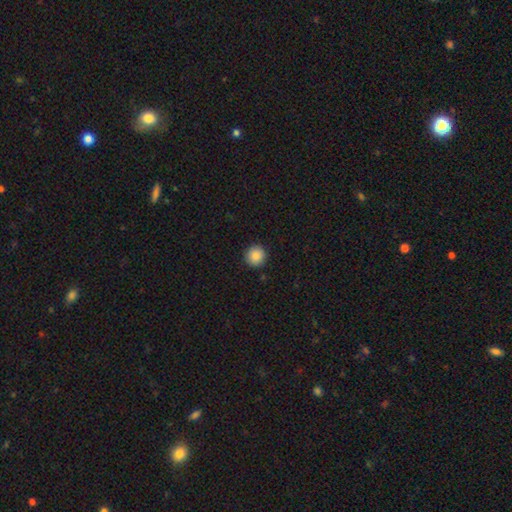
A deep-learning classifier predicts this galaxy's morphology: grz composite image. It shows a smooth galaxy with no disk features (87%) that is round (94%). Merging: none (92%).